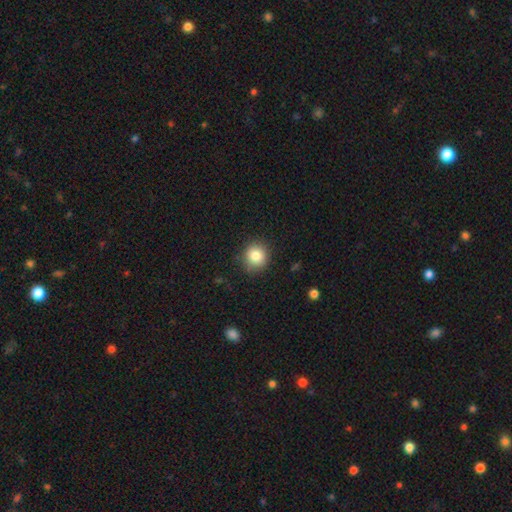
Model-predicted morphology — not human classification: This appears to be a smooth galaxy with no disk features (84%) that is round (87%). Merging: none (86%).